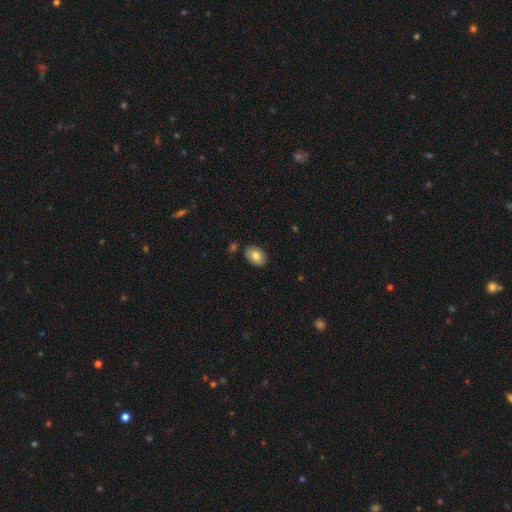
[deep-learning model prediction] Smooth or featured?
  - smooth: 80% *
  - featured or disk: 13%
  - star or artifact: 7%
How rounded?
  - in between: 83% *
  - round: 16%
  - cigar-shaped: 1%
Merging?
  - none: 85% *
  - minor disturbance: 10%
  - merger: 3%
  - major disturbance: 2%